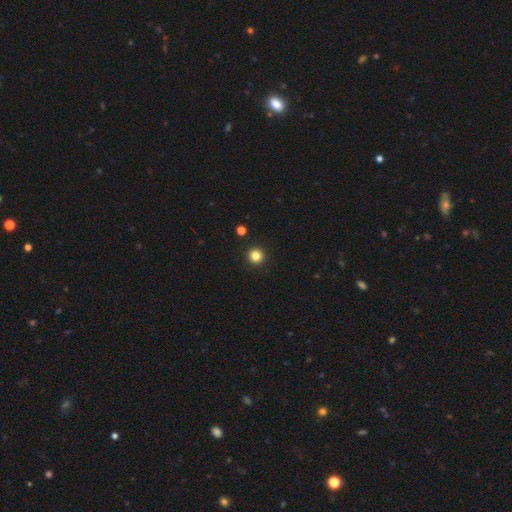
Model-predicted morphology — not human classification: Smooth or featured? smooth (83%)
How rounded? round (95%)
Merging? none (93%)